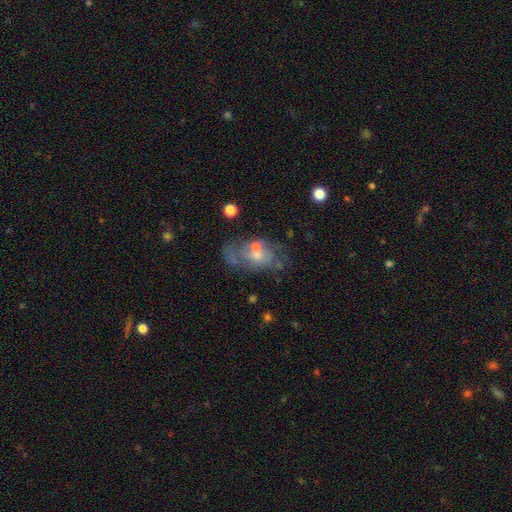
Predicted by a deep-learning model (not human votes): A featured or disk galaxy (60%) with no bar (73%), spiral arms (51%) and a small central bulge (51%). Merging: none (45%).